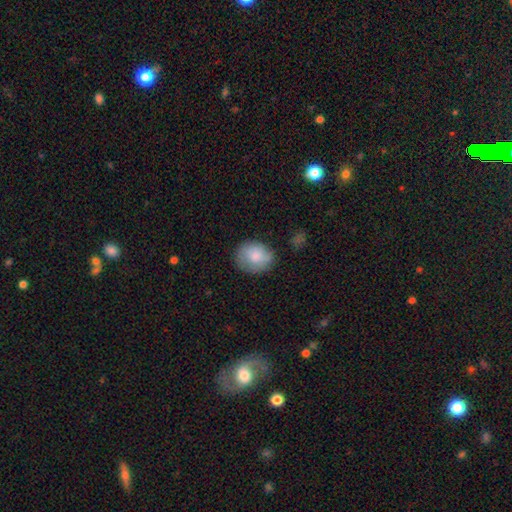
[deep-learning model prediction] Q: Smooth or featured?
A: smooth (78%); runner-up: featured or disk (15%)
Q: How rounded?
A: round (59%); runner-up: in between (40%)
Q: Merging?
A: none (68%); runner-up: minor disturbance (23%)